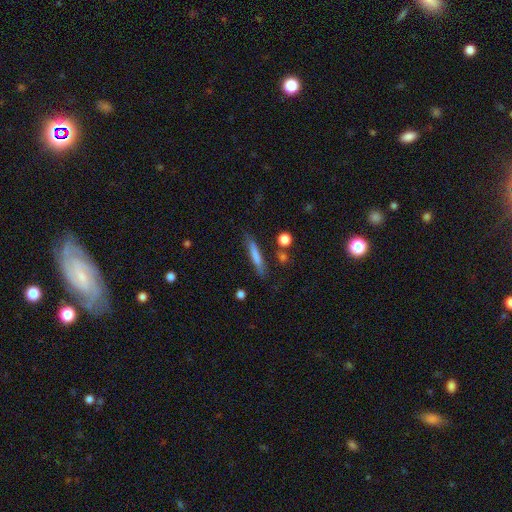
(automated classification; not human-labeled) smooth 71%, featured or disk 23%, star or artifact 7%. Down the decision tree: how rounded — cigar-shaped (91%); merging — none (78%).